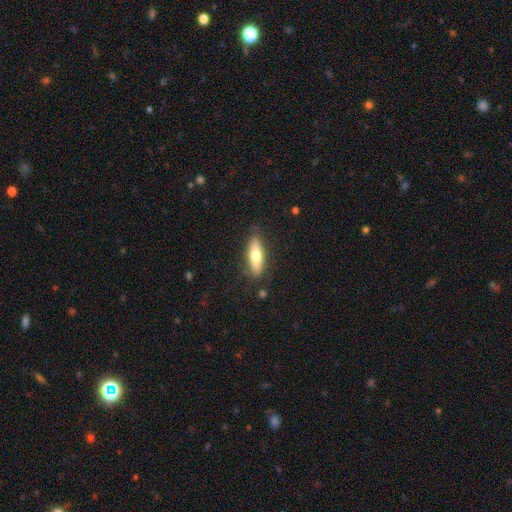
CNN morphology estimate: smooth_or_featured: smooth (p=0.63) [alt: featured or disk p=0.31]
how_rounded: cigar-shaped (p=0.52) [alt: in between p=0.46]
merging: none (p=0.83) [alt: minor disturbance p=0.13]